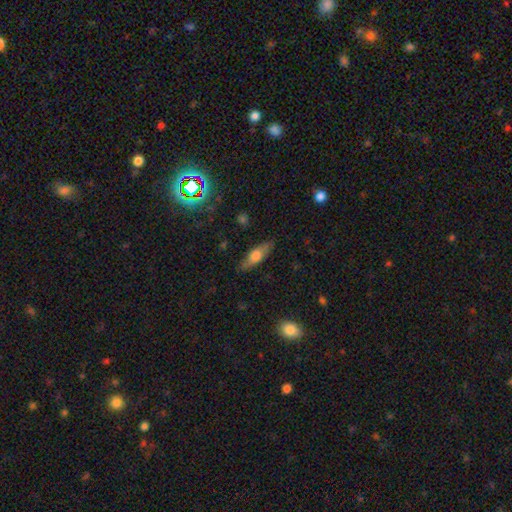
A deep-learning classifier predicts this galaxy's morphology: Smooth or featured? Predicted: smooth (p=0.59). How rounded? Predicted: in between (p=0.49). Merging? Predicted: none (p=0.84).